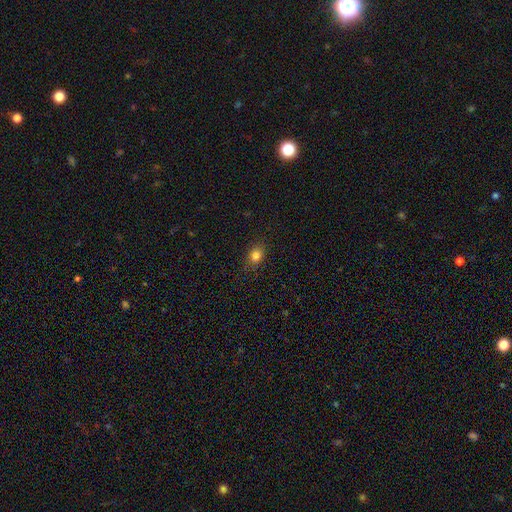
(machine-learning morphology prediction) A smooth galaxy with no disk features (82%) that is in between round and cigar-shaped (61%).

Vote fractions:
- Smooth or featured? smooth: 82% / star or artifact: 12% / featured or disk: 6%
- How rounded? in between: 61% / round: 38% / cigar-shaped: 2%
- Merging? none: 86% / minor disturbance: 11% / major disturbance: 3% / merger: 1%